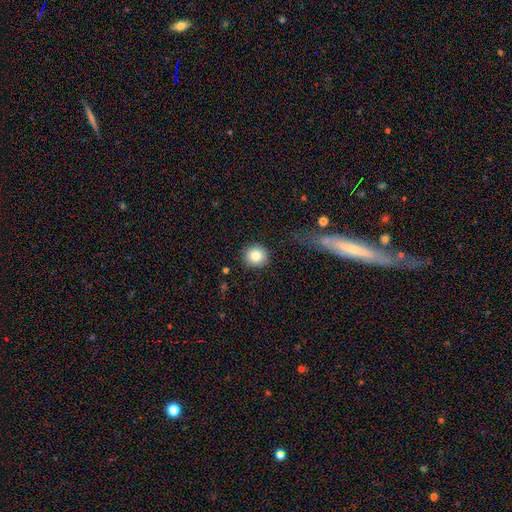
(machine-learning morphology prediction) The model was most divided on "smooth or featured": smooth: 83%, star or artifact: 9%, featured or disk: 7%. More confident: how rounded — round (93%); merging — none (86%).